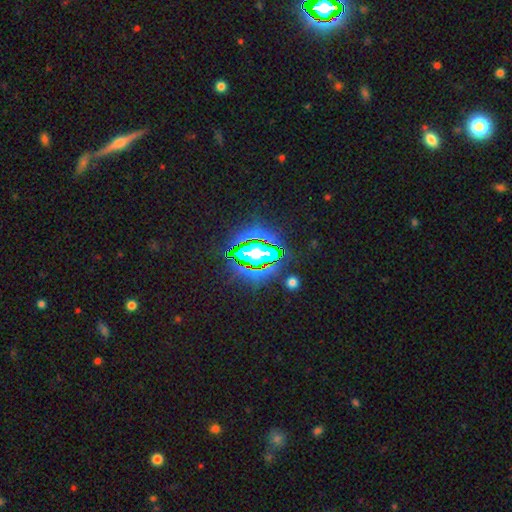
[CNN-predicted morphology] smooth-or-featured: star or artifact: 81% | smooth: 11% | featured or disk: 8%